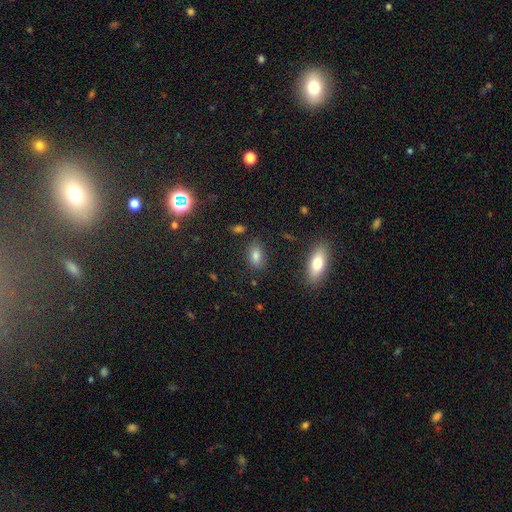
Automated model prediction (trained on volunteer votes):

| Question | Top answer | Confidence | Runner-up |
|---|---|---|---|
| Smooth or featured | smooth | 79% | star or artifact (12%) |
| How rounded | in between | 87% | round (9%) |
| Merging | none | 82% | minor disturbance (12%) |